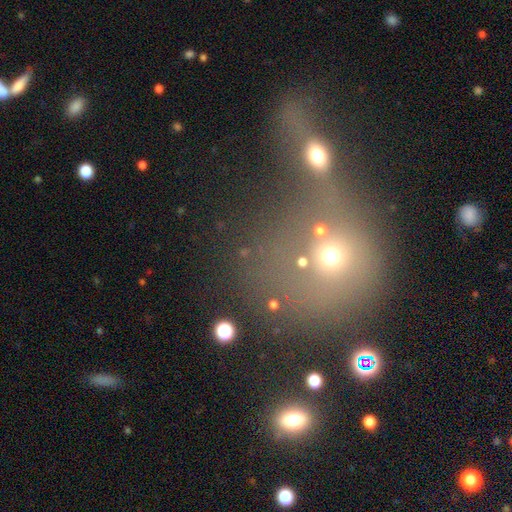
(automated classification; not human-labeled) smooth 47%, star or artifact 35%, featured or disk 18%. Down the decision tree: merging — merger (61%).